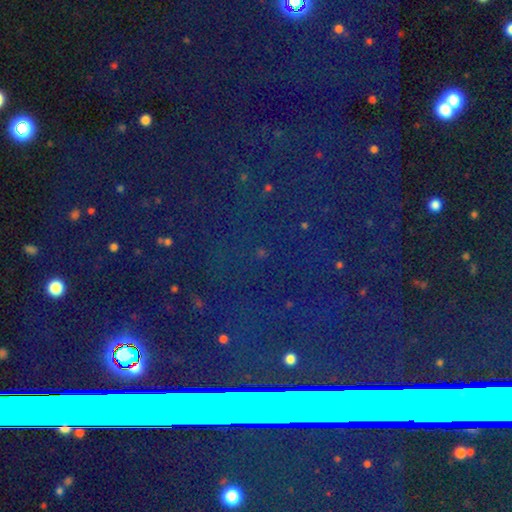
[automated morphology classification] This appears to be a star or artifact, not a galaxy (78%).